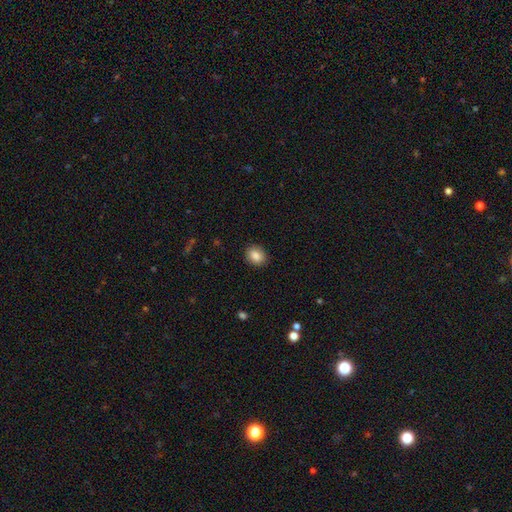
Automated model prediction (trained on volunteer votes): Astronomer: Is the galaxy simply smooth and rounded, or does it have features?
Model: smooth — 87%.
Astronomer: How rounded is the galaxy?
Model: round — 58% (runner-up: in between, 41%).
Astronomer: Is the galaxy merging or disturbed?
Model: none — 89%.